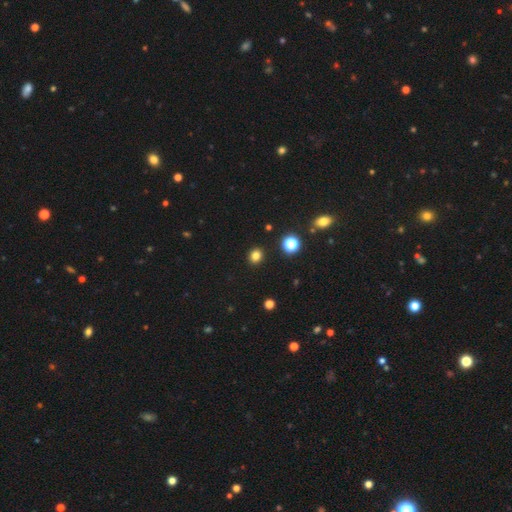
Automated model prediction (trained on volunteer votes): Overall: smooth (81%). How rounded: round (72%). Merging: none (91%).